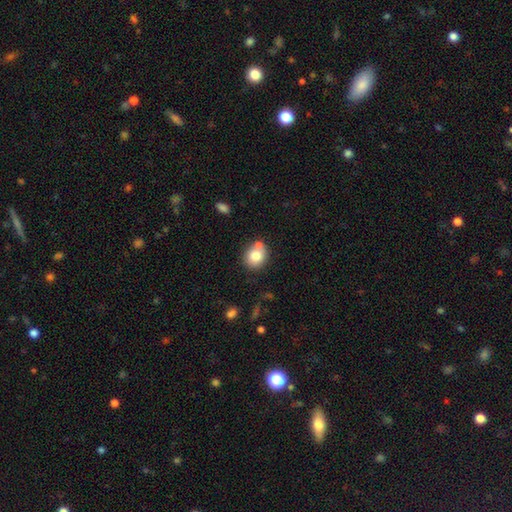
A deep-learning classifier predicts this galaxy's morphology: A smooth galaxy with no disk features (77%) that is round (75%). Merging: none (63%).